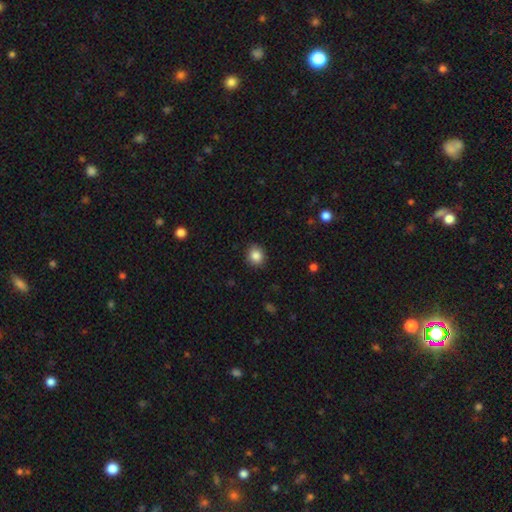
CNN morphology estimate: smooth 86%, star or artifact 10%, featured or disk 5%. Down the decision tree: how rounded — round (77%); merging — none (89%).